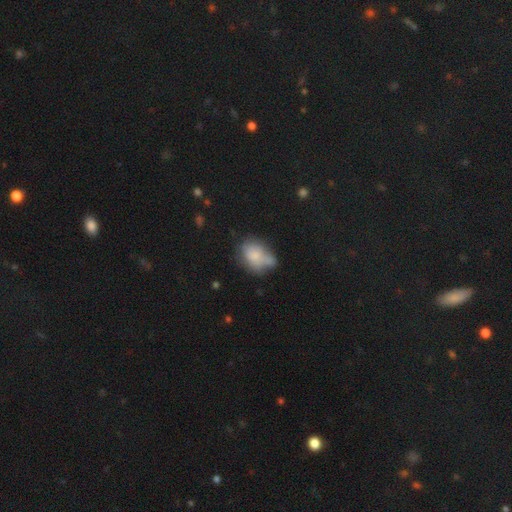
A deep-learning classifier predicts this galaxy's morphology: Q: Smooth or featured?
A: smooth (73%); runner-up: featured or disk (18%)
Q: How rounded?
A: in between (75%); runner-up: round (24%)
Q: Merging?
A: none (35%); runner-up: minor disturbance (29%)